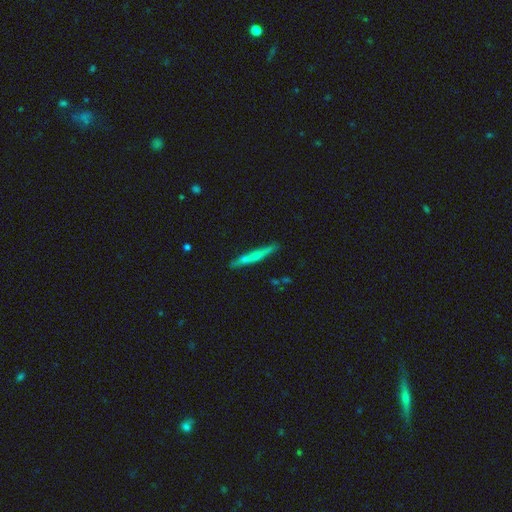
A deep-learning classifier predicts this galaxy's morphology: type=smooth (52%); roundness=cigar-shaped (95%); merging=none (84%).